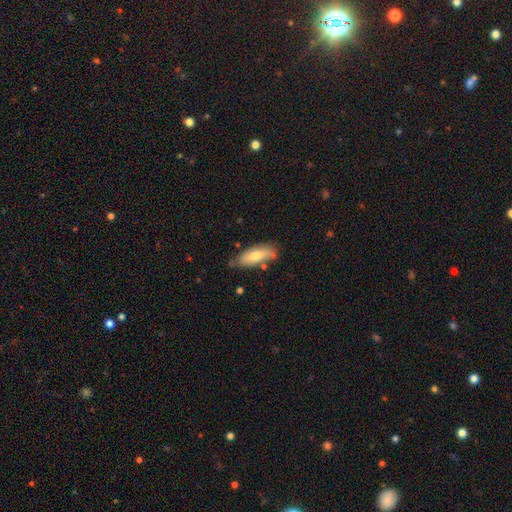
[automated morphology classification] The model was most divided on "how rounded": in between: 67%, cigar-shaped: 31%, round: 2%. More confident: merging — none (69%); smooth or featured — smooth (67%).